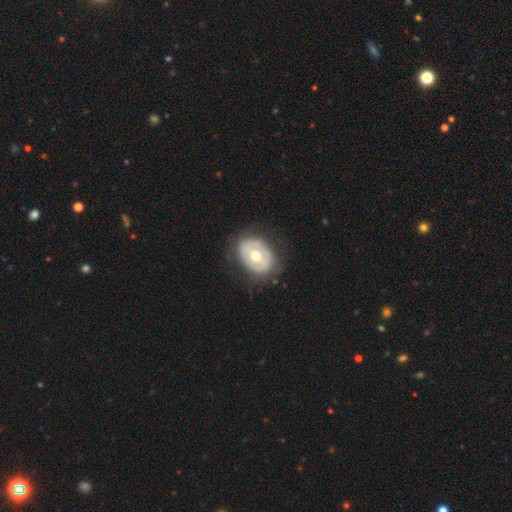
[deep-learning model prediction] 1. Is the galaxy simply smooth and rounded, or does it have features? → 54% featured or disk, 40% smooth, 5% star or artifact.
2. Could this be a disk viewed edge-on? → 95% no, 5% yes.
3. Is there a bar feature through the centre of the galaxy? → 75% no, 18% weak, 7% strong.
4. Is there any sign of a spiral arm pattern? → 79% no, 21% yes.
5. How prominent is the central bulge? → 77% moderate, 16% small, 6% large, 1% none, 1% dominant.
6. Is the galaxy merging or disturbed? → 77% none, 16% minor disturbance, 6% major disturbance, 1% merger.